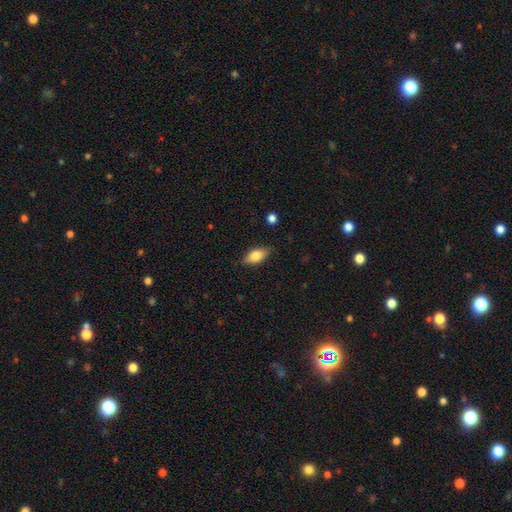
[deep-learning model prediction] The model was most divided on "smooth or featured": smooth: 77%, featured or disk: 16%, star or artifact: 7%. More confident: how rounded — in between (86%); merging — none (84%).